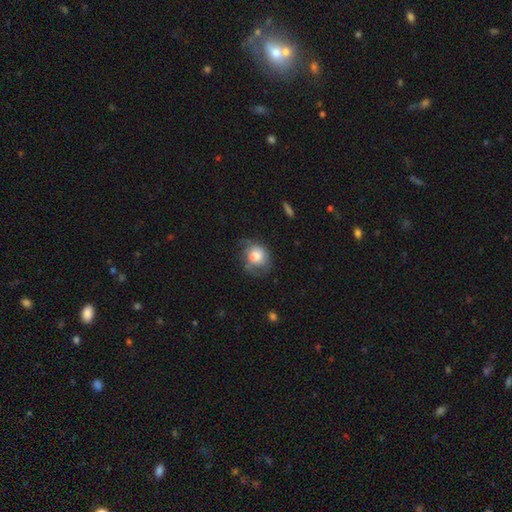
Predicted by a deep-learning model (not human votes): smooth_or_featured: smooth (p=0.72) [alt: featured or disk p=0.20]
how_rounded: round (p=0.67) [alt: in between p=0.32]
merging: none (p=0.46) [alt: minor disturbance p=0.32]